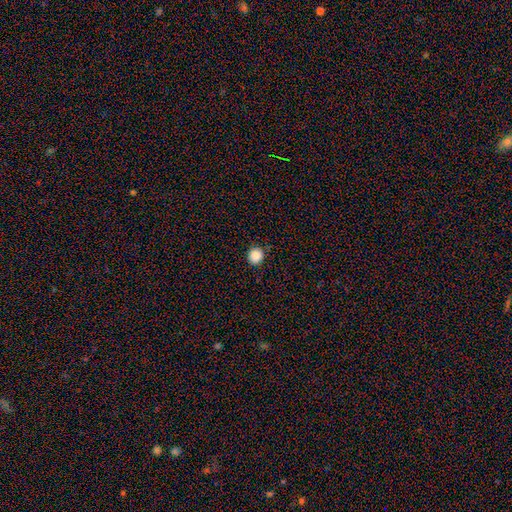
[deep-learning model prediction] This appears to be a smooth galaxy with no disk features (87%) that is round (88%). Merging: none (89%).